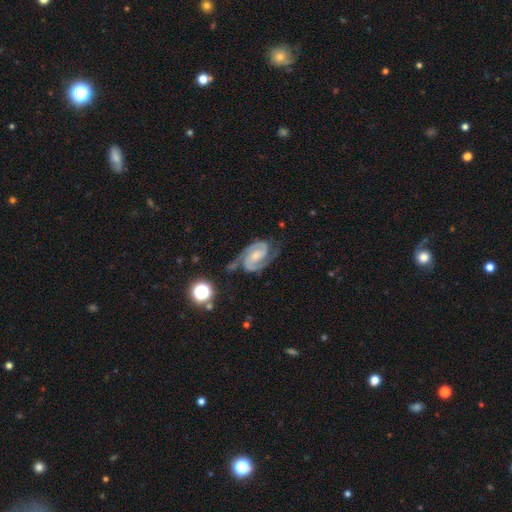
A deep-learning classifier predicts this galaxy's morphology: Smooth or featured?
  - featured or disk: 91% *
  - star or artifact: 5%
  - smooth: 4%
Edge-on disk?
  - no: 98% *
  - yes: 2%
Bar?
  - weak: 42% *
  - no: 40%
  - strong: 18%
Spiral arms?
  - yes: 98% *
  - no: 2%
Spiral winding?
  - tight: 47% *
  - medium: 46%
  - loose: 7%
Spiral arm count?
  - 2: 92% *
  - 3: 2%
  - can't tell: 2%
  - 1: 1%
  - 4: 1%
  - more than 4: 1%
Bulge size?
  - small: 47% *
  - moderate: 38%
  - none: 10%
  - large: 4%
  - dominant: 1%
Merging?
  - none: 69% *
  - minor disturbance: 19%
  - major disturbance: 8%
  - merger: 4%